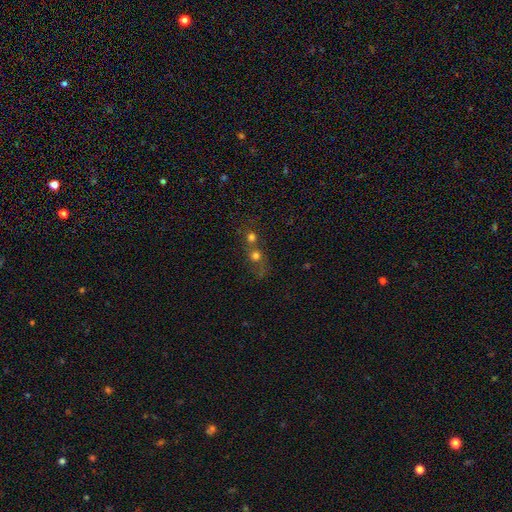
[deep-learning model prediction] smooth 65%, star or artifact 19%, featured or disk 16%. Down the decision tree: how rounded — round (84%); merging — merger (57%).